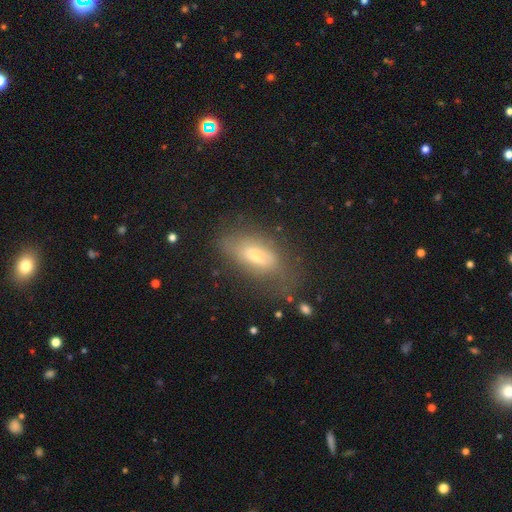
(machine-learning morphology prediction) This appears to be a smooth galaxy with no disk features (56%) that is in between round and cigar-shaped (83%). Merging: none (57%).